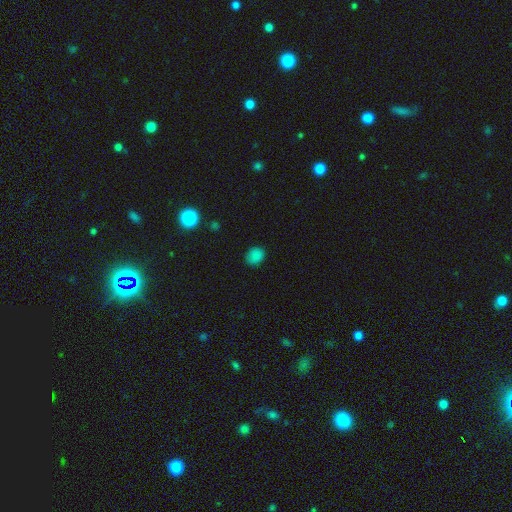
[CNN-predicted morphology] This is clearly a smooth galaxy (82%). How rounded: likely round (60%). Merging: clearly none (82%).